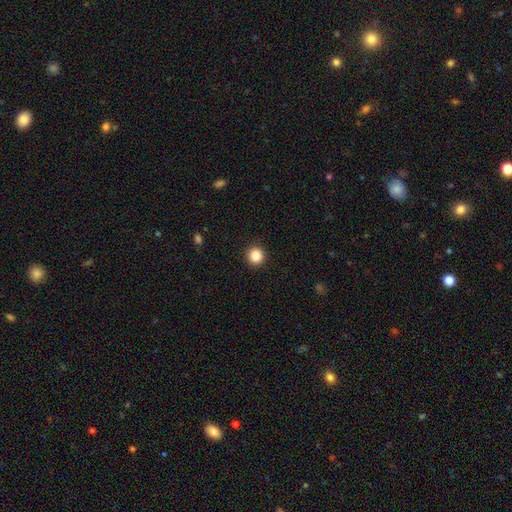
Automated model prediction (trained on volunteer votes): smooth_or_featured: smooth (p=0.88) [alt: star or artifact p=0.10]
how_rounded: round (p=0.94) [alt: in between p=0.05]
merging: none (p=0.92) [alt: minor disturbance p=0.05]